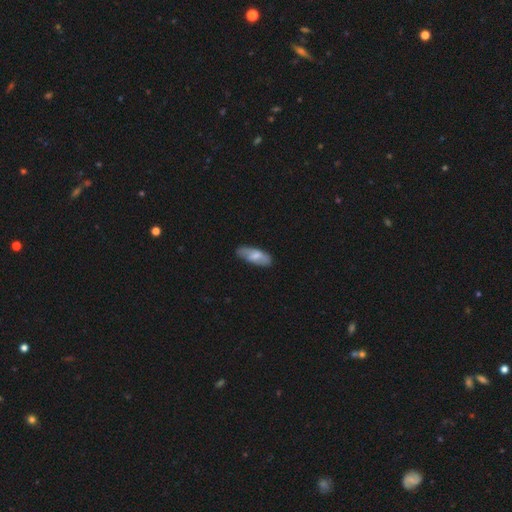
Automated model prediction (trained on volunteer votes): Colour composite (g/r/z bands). It shows a smooth galaxy with no disk features (65%) that is in between round and cigar-shaped (77%). Merging: none (69%).